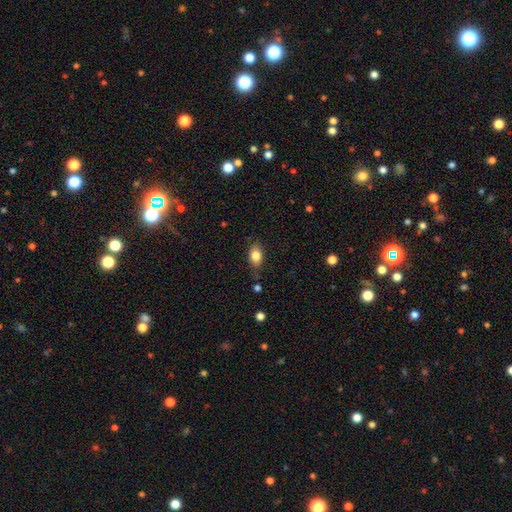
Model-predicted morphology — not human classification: smooth-or-featured: smooth: 83% | featured or disk: 9% | star or artifact: 8%
  how-rounded: in between: 80% | round: 17% | cigar-shaped: 2%
  merging: none: 72% | minor disturbance: 20% | major disturbance: 5% | merger: 3%